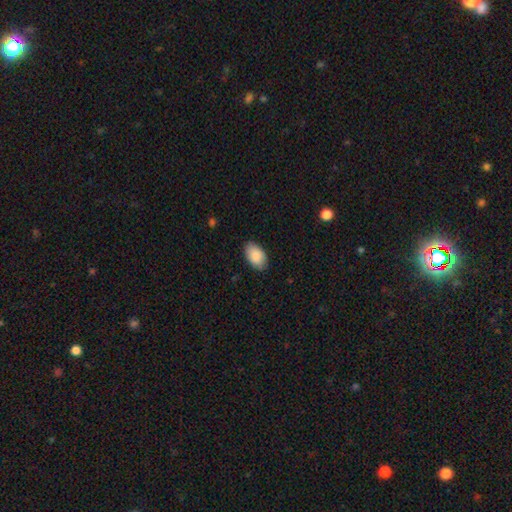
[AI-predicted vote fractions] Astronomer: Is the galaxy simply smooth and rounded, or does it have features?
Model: smooth — 88%.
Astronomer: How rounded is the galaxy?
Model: in between — 93%.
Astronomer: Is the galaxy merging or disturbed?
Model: none — 84%.